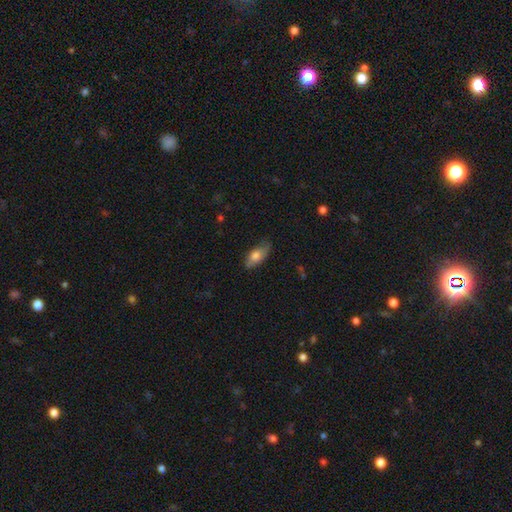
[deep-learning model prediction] Q: Smooth or featured?
A: smooth (72%); runner-up: featured or disk (21%)
Q: How rounded?
A: in between (83%); runner-up: cigar-shaped (14%)
Q: Merging?
A: none (72%); runner-up: minor disturbance (23%)